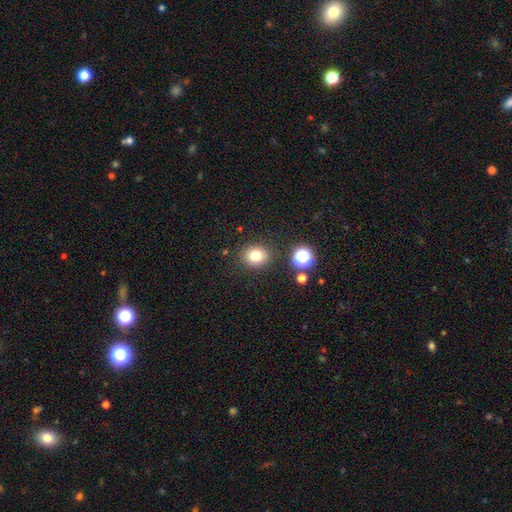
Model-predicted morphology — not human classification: This is likely a smooth galaxy (79%). How rounded: likely round (68%). Merging: clearly none (85%).